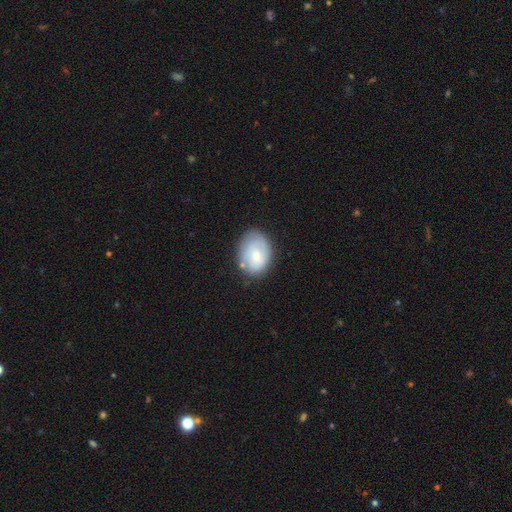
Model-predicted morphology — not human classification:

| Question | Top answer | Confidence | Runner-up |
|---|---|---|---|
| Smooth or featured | smooth | 68% | featured or disk (25%) |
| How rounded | in between | 71% | round (28%) |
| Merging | none | 67% | minor disturbance (23%) |